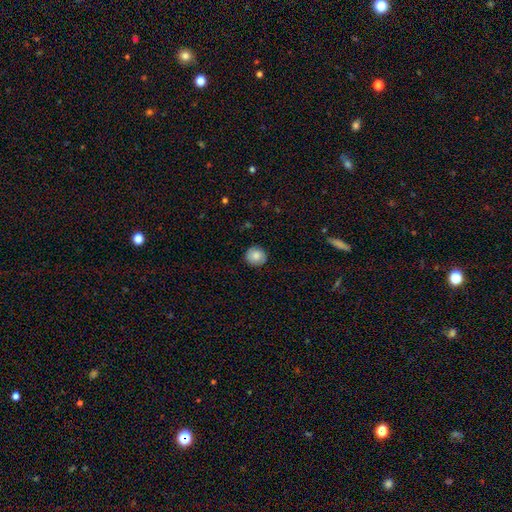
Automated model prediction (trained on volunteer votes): Smooth or featured: smooth — 83% (featured or disk — 9%)
How rounded: round — 89% (in between — 10%)
Merging: none — 89% (minor disturbance — 8%)